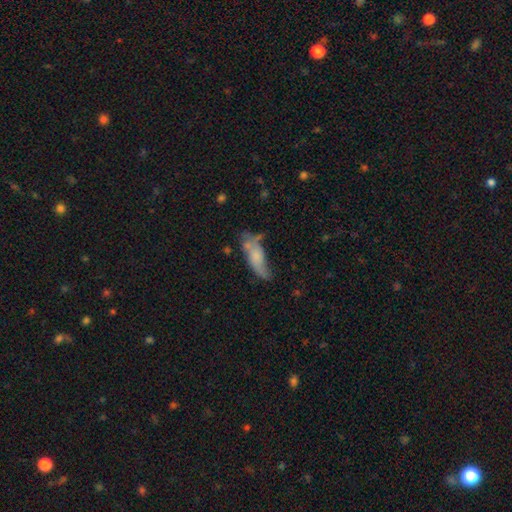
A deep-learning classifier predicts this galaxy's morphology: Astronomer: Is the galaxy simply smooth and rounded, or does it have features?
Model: smooth — 59%.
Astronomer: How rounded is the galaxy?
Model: in between — 57% (runner-up: cigar-shaped, 40%).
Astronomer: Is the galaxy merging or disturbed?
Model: none — 36% (runner-up: minor disturbance, 30%).